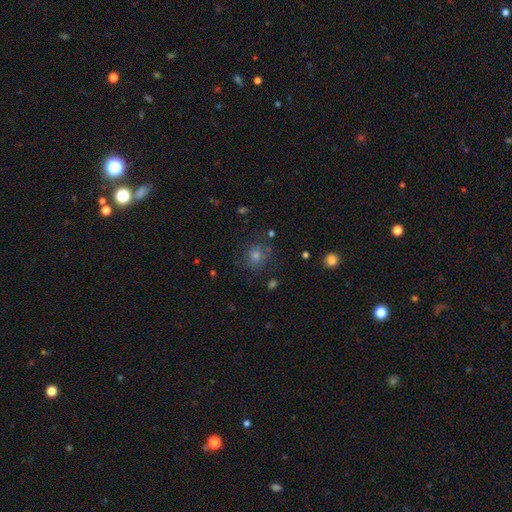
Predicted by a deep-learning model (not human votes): Morphology: type=smooth (57%); roundness=round (86%); merging=none (79%).